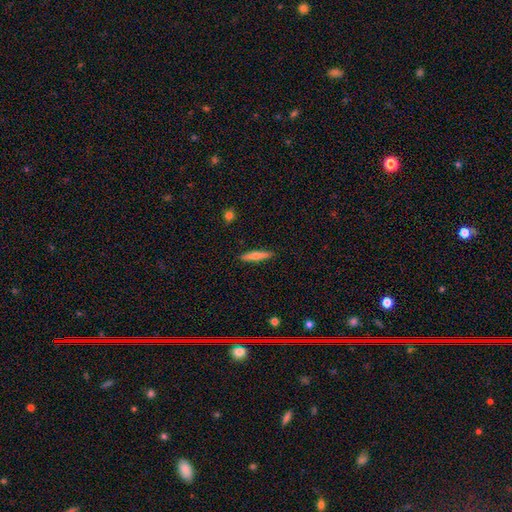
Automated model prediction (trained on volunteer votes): Q: Smooth or featured?
A: smooth (68%); runner-up: featured or disk (26%)
Q: How rounded?
A: cigar-shaped (87%); runner-up: in between (11%)
Q: Merging?
A: none (90%); runner-up: minor disturbance (7%)